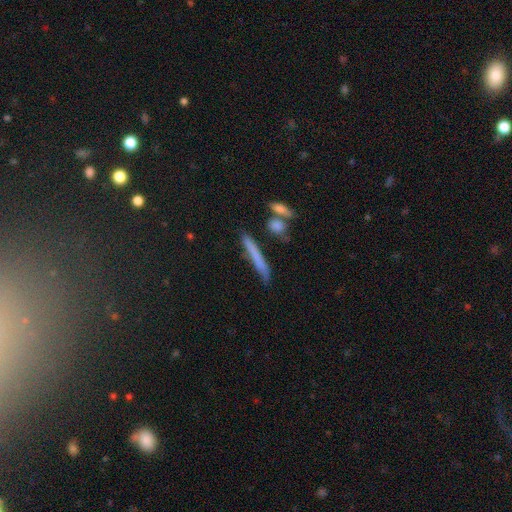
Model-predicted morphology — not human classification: smooth-or-featured: smooth: 63% | featured or disk: 28% | star or artifact: 9%
  how-rounded: cigar-shaped: 93% | in between: 4% | round: 2%
  merging: none: 72% | minor disturbance: 16% | merger: 8% | major disturbance: 5%